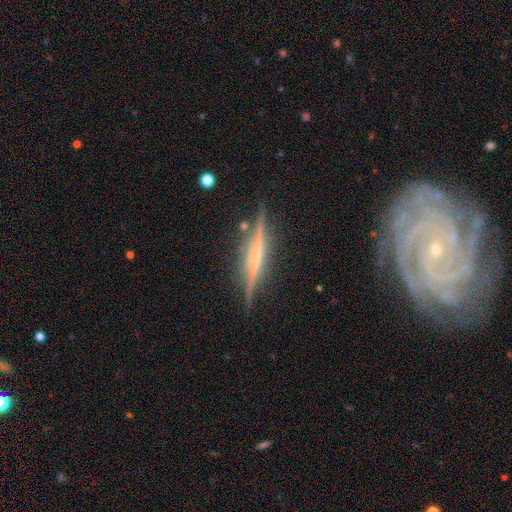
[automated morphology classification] type=featured or disk (77%); edge-on=yes (97%); edge-on bulge=none (47%); merging=none (83%).